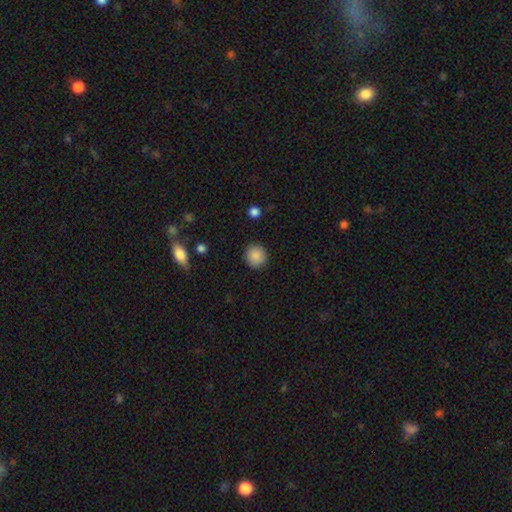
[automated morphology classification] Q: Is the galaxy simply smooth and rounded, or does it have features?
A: smooth — 88%.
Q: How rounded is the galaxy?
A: round — 91%.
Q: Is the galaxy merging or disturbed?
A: none — 90%.